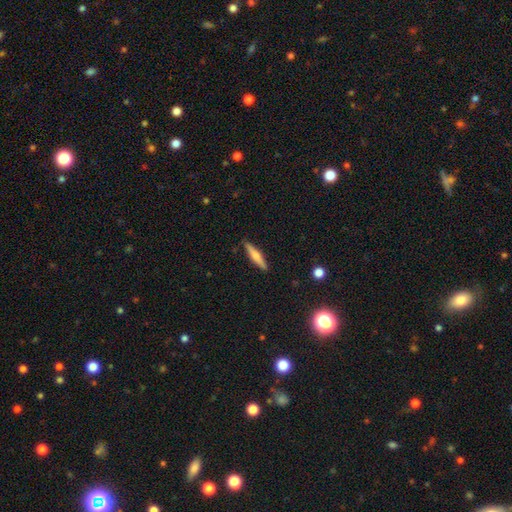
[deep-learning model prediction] Smooth or featured: smooth — 53% (featured or disk — 41%)
How rounded: cigar-shaped — 89% (in between — 9%)
Merging: none — 90% (minor disturbance — 7%)